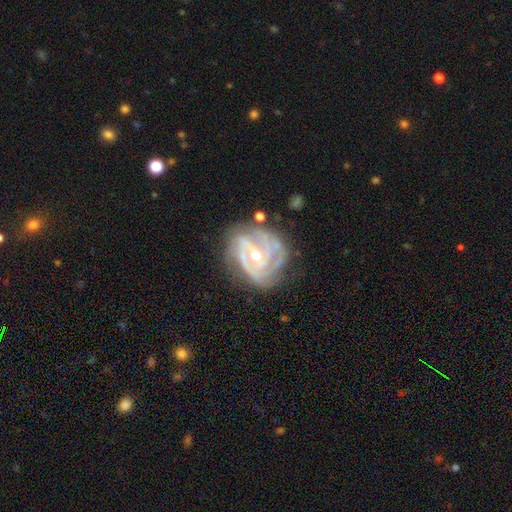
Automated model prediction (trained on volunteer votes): smooth_or_featured: featured or disk (p=0.90) [alt: smooth p=0.05]
disk_edge_on: no (p=0.97) [alt: yes p=0.03]
bar: weak (p=0.44) [alt: no p=0.30]
has_spiral_arms: yes (p=0.97) [alt: no p=0.03]
spiral_winding: tight (p=0.68) [alt: medium p=0.27]
spiral_arm_count: 3 (p=0.37) [alt: 2 p=0.21]
bulge_size: moderate (p=0.59) [alt: small p=0.37]
merging: none (p=0.68) [alt: minor disturbance p=0.21]